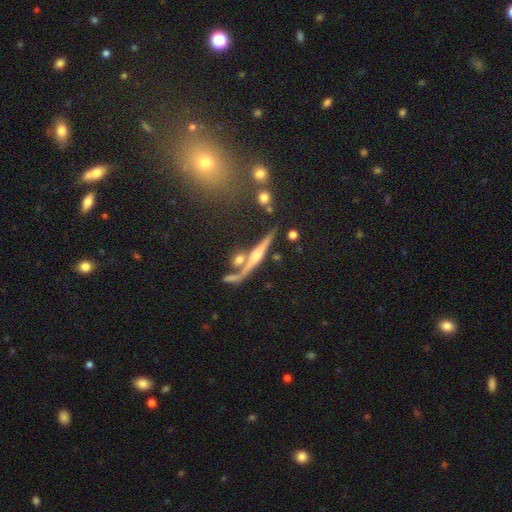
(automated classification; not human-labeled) smooth-or-featured: featured or disk: 74% | smooth: 17% | star or artifact: 9%
  disk-edge-on: yes: 95% | no: 5%
    edge-on-bulge: rounded: 78% | none: 11% | boxy: 11%
  merging: none: 68% | merger: 14% | minor disturbance: 13% | major disturbance: 5%